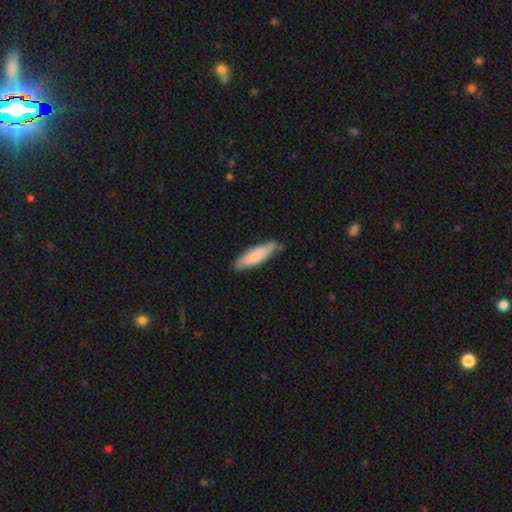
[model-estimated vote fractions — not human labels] Smooth or featured?
  - smooth: 77% *
  - featured or disk: 17%
  - star or artifact: 5%
How rounded?
  - cigar-shaped: 58% *
  - in between: 41%
  - round: 1%
Merging?
  - none: 74% *
  - minor disturbance: 21%
  - major disturbance: 3%
  - merger: 2%